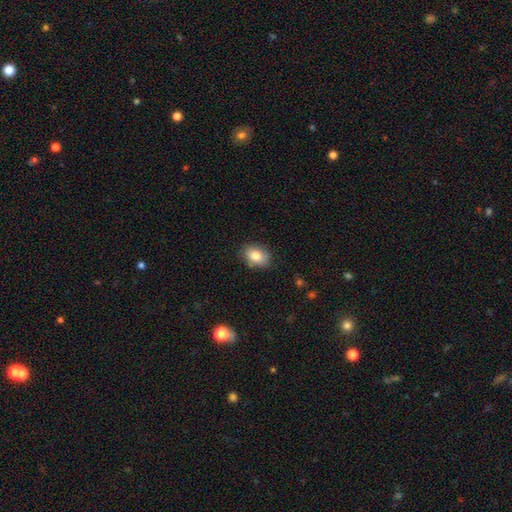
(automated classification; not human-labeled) Smooth or featured: smooth — 82% (featured or disk — 9%)
How rounded: in between — 77% (round — 22%)
Merging: none — 83% (minor disturbance — 13%)